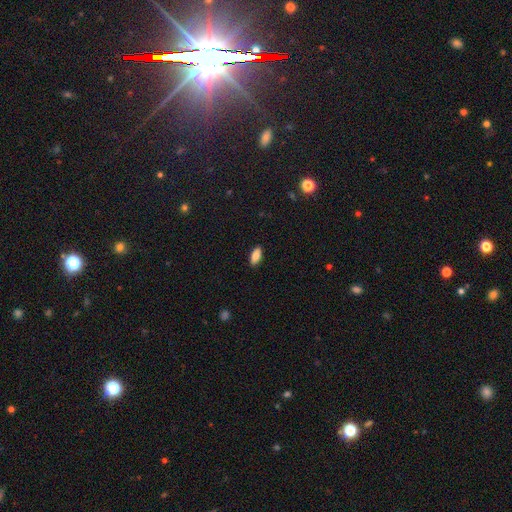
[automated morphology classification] A smooth galaxy with no disk features (81%) that is in between round and cigar-shaped (84%).

Vote fractions:
- Smooth or featured? smooth: 81% / featured or disk: 12% / star or artifact: 7%
- How rounded? in between: 84% / cigar-shaped: 14% / round: 2%
- Merging? none: 89% / minor disturbance: 8% / major disturbance: 2% / merger: 1%